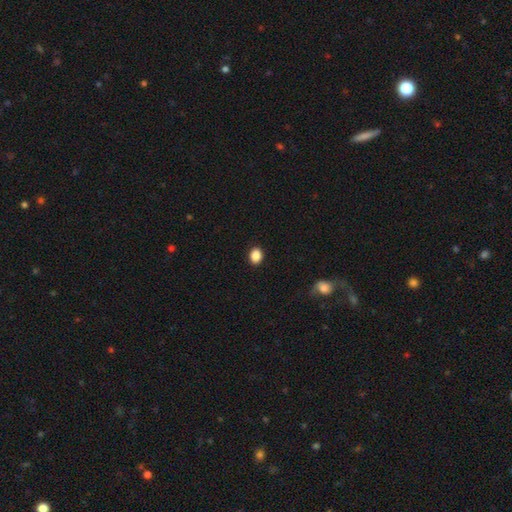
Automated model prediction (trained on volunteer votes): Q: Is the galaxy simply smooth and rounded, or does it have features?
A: smooth — 88%.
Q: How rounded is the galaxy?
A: in between — 61%.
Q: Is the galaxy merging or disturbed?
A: none — 90%.